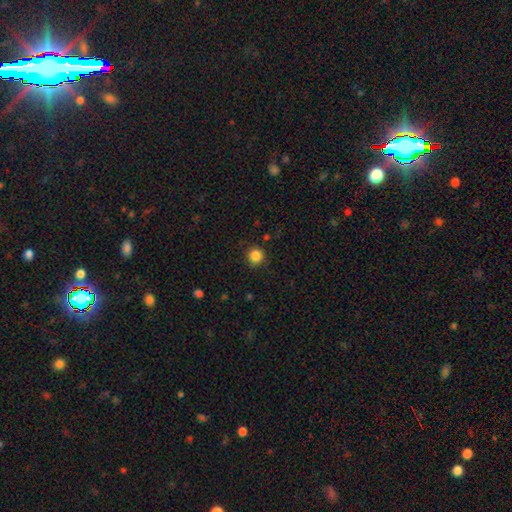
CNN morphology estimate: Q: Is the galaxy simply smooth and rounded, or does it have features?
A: smooth — 86%.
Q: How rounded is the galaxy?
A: round — 94%.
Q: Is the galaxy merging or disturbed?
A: none — 89%.